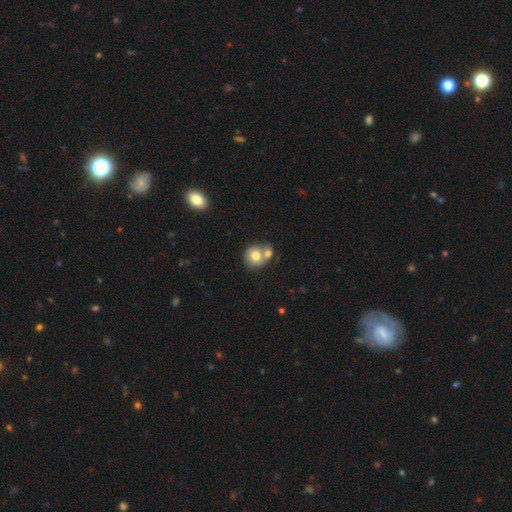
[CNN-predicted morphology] Q: Smooth or featured?
A: smooth (74%); runner-up: featured or disk (18%)
Q: How rounded?
A: round (74%); runner-up: in between (25%)
Q: Merging?
A: merger (52%); runner-up: none (35%)